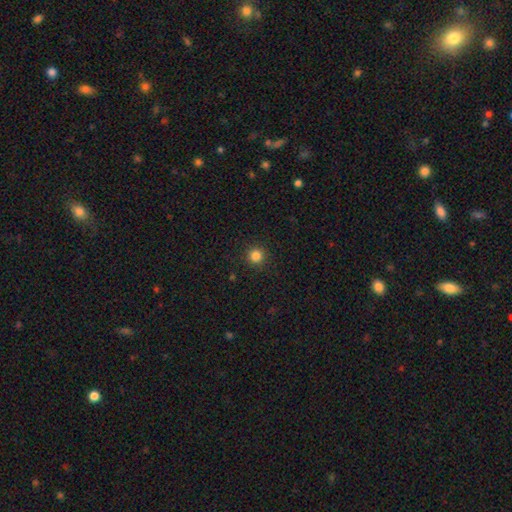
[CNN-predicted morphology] A smooth galaxy with no disk features (83%) that is round (95%).

Vote fractions:
- Smooth or featured? smooth: 83% / star or artifact: 13% / featured or disk: 4%
- How rounded? round: 95% / in between: 4% / cigar-shaped: 1%
- Merging? none: 91% / minor disturbance: 6% / major disturbance: 2% / merger: 1%